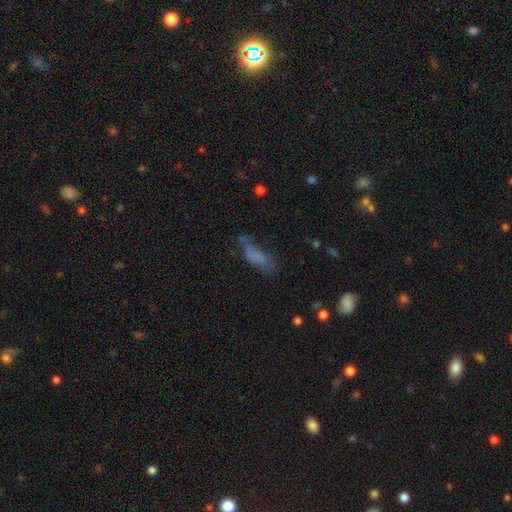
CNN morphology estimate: smooth-or-featured: smooth: 57% | featured or disk: 27% | star or artifact: 17%
  how-rounded: in between: 67% | cigar-shaped: 29% | round: 4%
  merging: none: 35% | major disturbance: 31% | minor disturbance: 26% | merger: 9%